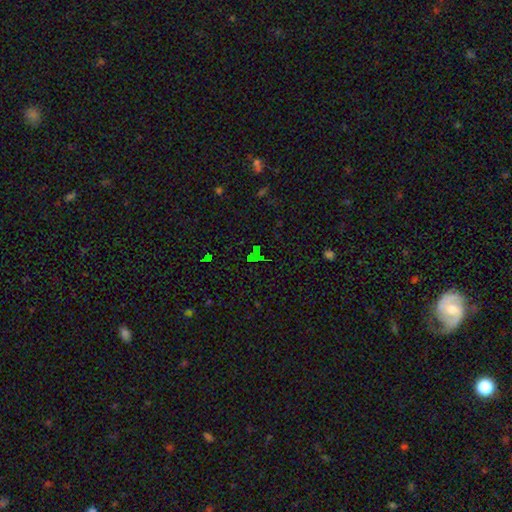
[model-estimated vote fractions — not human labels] This is likely a star or artifact rather than a galaxy (68%).